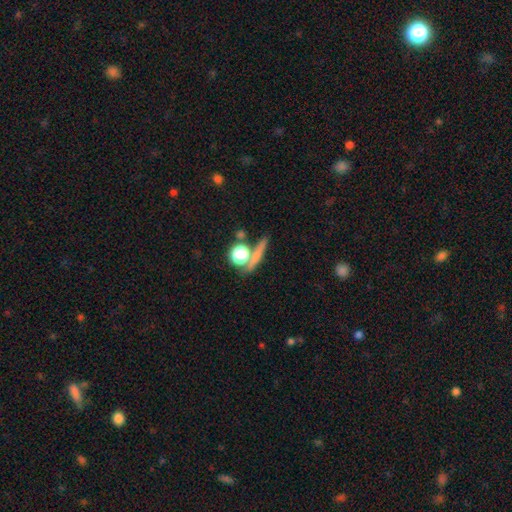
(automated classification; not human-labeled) Overall: smooth (60%; featured or disk 21%). How rounded: round (47%; cigar-shaped 37%). Merging: none (70%).